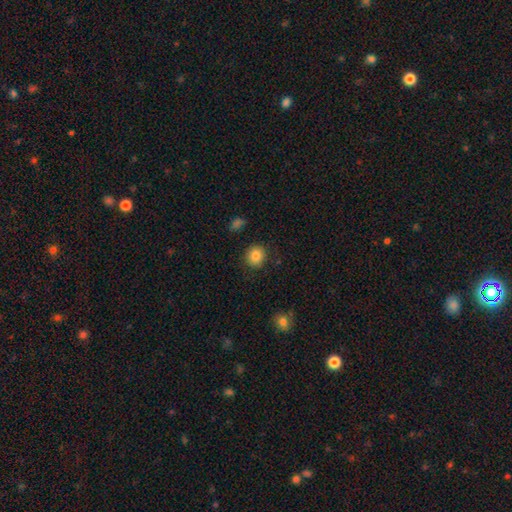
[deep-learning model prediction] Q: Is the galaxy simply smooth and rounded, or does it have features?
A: smooth — 85%.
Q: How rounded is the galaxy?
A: round — 86%.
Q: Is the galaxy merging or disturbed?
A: none — 88%.